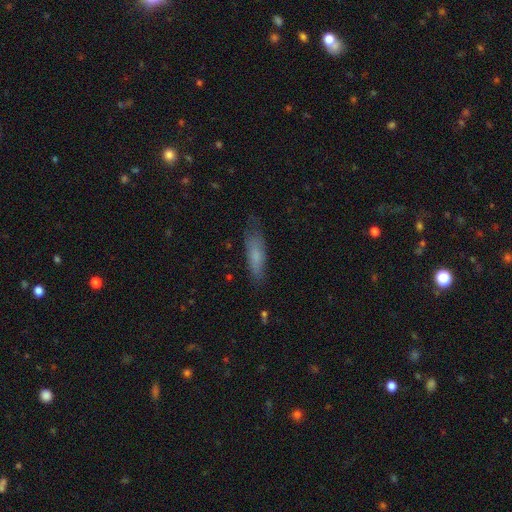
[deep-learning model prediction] smooth 71%, featured or disk 21%, star or artifact 7%. Down the decision tree: how rounded — cigar-shaped (61%); merging — none (68%).